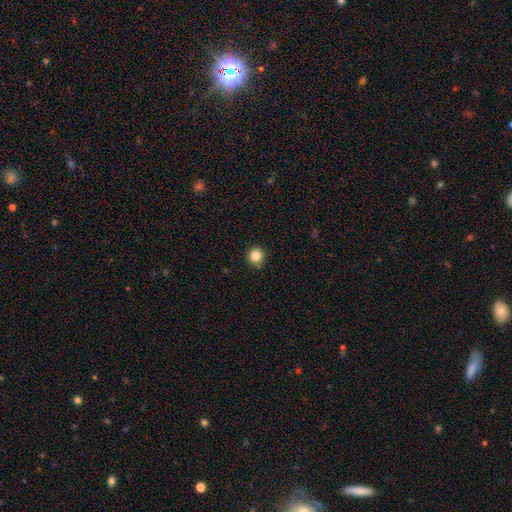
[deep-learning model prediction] Smooth or featured?
  - smooth: 84% *
  - star or artifact: 11%
  - featured or disk: 4%
How rounded?
  - round: 95% *
  - in between: 4%
  - cigar-shaped: 1%
Merging?
  - none: 89% *
  - minor disturbance: 7%
  - major disturbance: 2%
  - merger: 1%